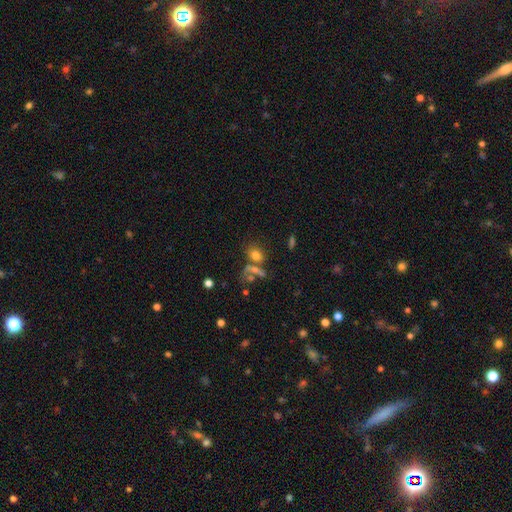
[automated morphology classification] Smooth or featured? smooth (70%)
How rounded? in between (69%)
Merging? none (45%)